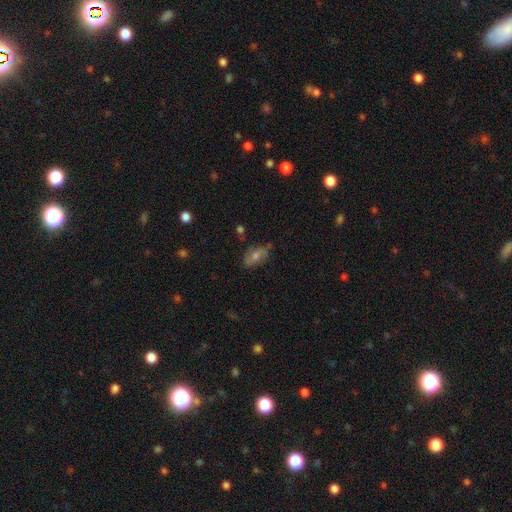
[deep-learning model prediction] The model was most divided on "smooth or featured" (2-way tie): smooth: 42%, featured or disk: 42%, star or artifact: 16%. More confident: merging — none (77%).